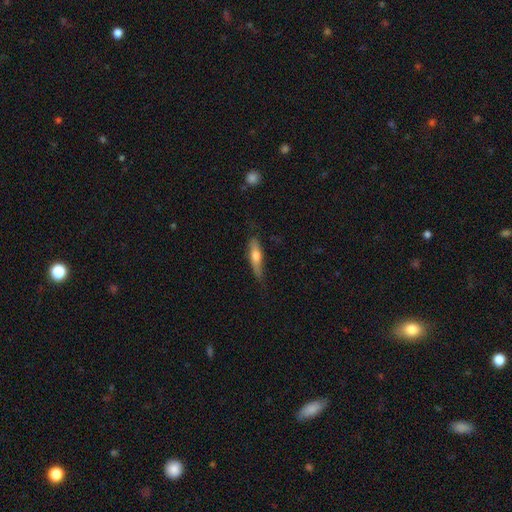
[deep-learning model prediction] Smooth or featured? Predicted: smooth (p=0.59). How rounded? Predicted: cigar-shaped (p=0.70). Merging? Predicted: none (p=0.69).